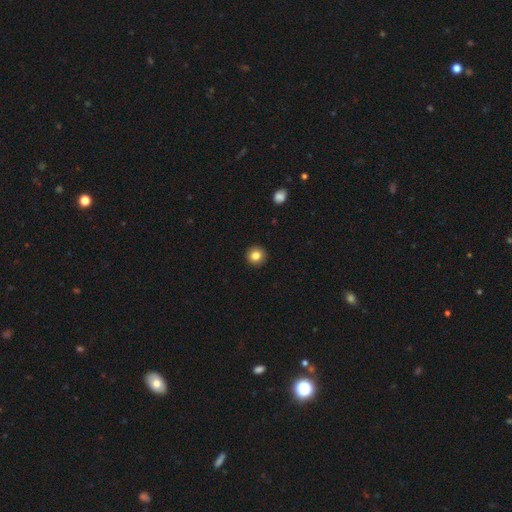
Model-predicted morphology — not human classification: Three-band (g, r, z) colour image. It shows a smooth galaxy with no disk features (84%) that is round (93%). Merging: none (93%).